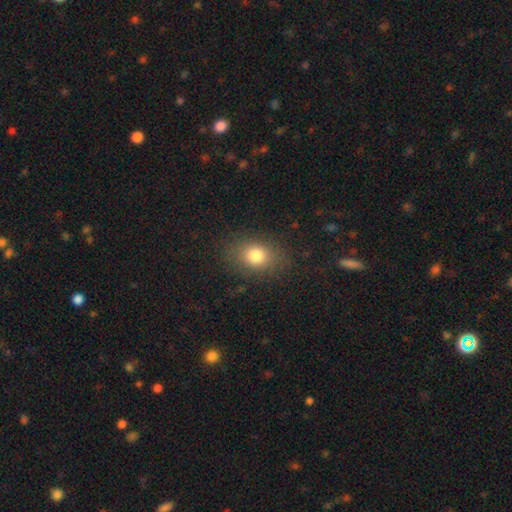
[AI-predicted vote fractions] The model was most divided on "how rounded": in between: 61%, round: 38%, cigar-shaped: 1%. More confident: merging — none (83%); smooth or featured — smooth (80%).